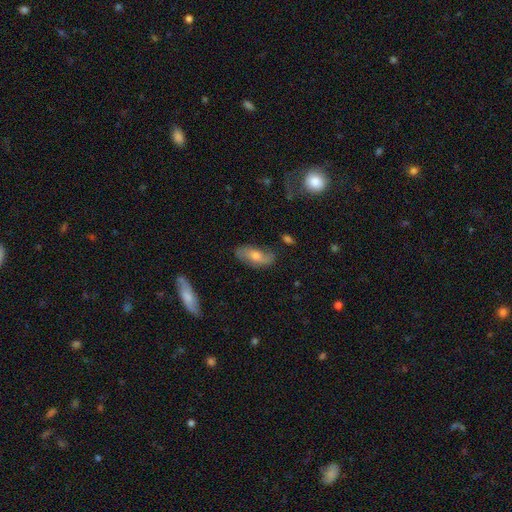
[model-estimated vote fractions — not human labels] Morphology: type=featured or disk (46%, tied with smooth); merging=none (73%).